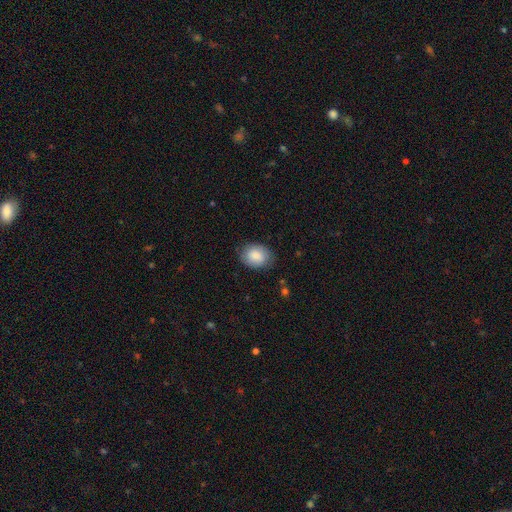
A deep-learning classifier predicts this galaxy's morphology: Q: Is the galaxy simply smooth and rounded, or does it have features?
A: smooth — 85%.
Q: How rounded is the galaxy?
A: in between — 59%.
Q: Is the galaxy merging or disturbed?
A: none — 80%.